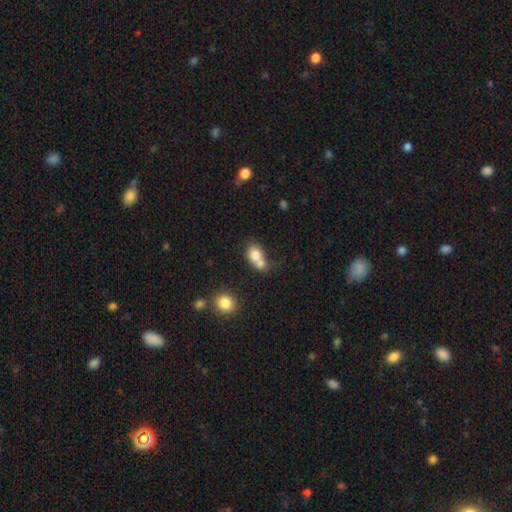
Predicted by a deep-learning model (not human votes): The model was most divided on "how rounded": in between: 53%, round: 45%, cigar-shaped: 2%. More confident: smooth or featured — smooth (75%); merging — merger (61%).